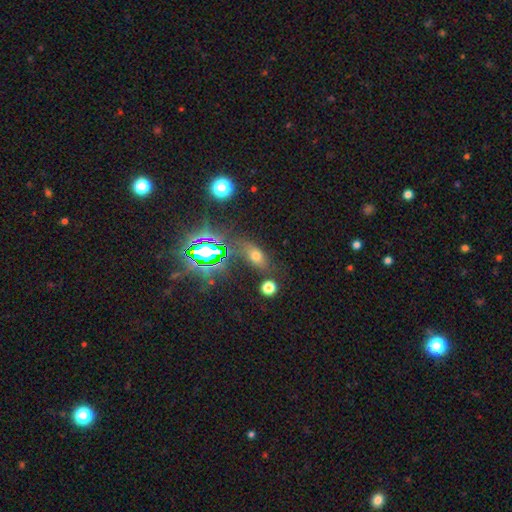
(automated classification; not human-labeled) smooth 54%, star or artifact 30%, featured or disk 16%. Down the decision tree: how rounded — in between (74%); merging — none (65%).